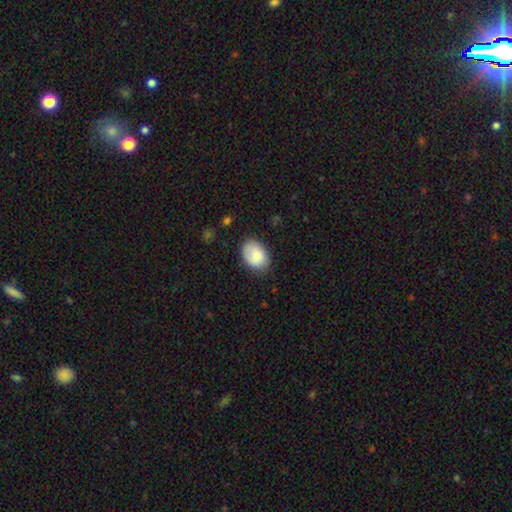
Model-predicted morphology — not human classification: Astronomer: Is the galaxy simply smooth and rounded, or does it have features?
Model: smooth — 84%.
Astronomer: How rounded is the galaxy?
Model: in between — 80%.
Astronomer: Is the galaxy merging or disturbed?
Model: none — 73%.